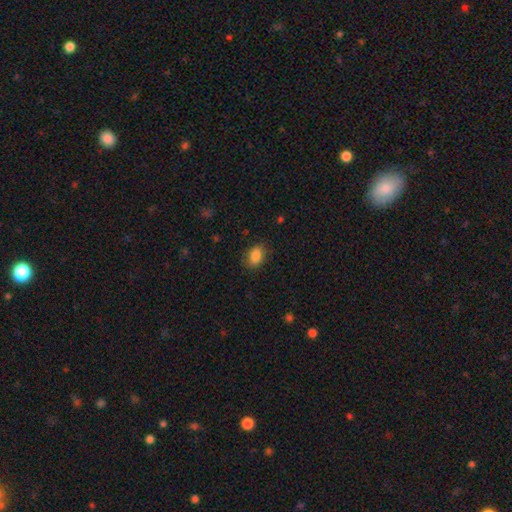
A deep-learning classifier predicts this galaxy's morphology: Smooth or featured: smooth — 85% (star or artifact — 8%)
How rounded: in between — 79% (round — 19%)
Merging: none — 80% (minor disturbance — 15%)